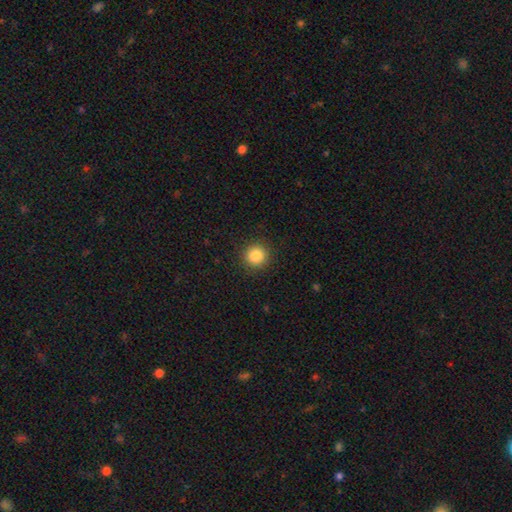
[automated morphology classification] The model was most divided on "smooth or featured": smooth: 85%, star or artifact: 11%, featured or disk: 4%. More confident: how rounded — round (94%); merging — none (91%).